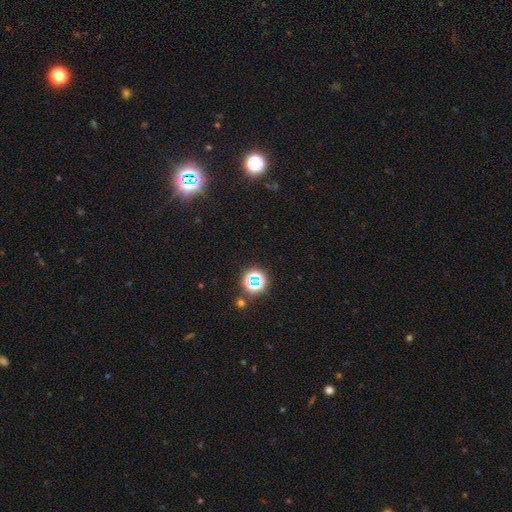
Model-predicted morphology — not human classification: smooth-or-featured: star or artifact: 70% | smooth: 22% | featured or disk: 7%